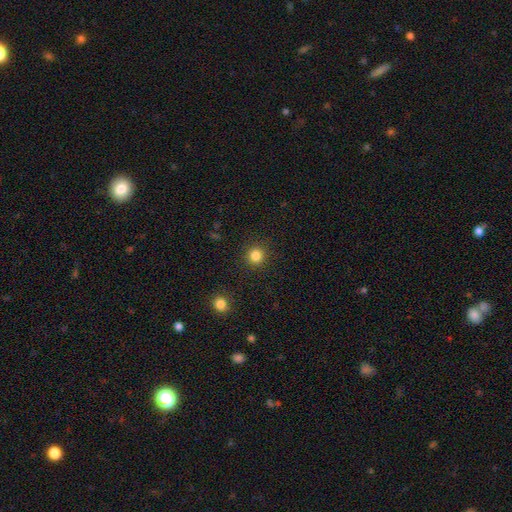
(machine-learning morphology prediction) smooth_or_featured: smooth (p=0.83) [alt: star or artifact p=0.13]
how_rounded: round (p=0.91) [alt: in between p=0.08]
merging: none (p=0.91) [alt: minor disturbance p=0.06]